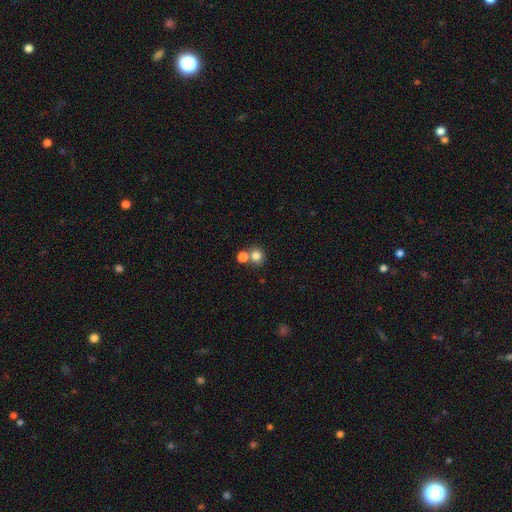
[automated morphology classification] Smooth or featured: smooth — 79% (star or artifact — 13%)
How rounded: round — 88% (in between — 11%)
Merging: none — 58% (merger — 32%)